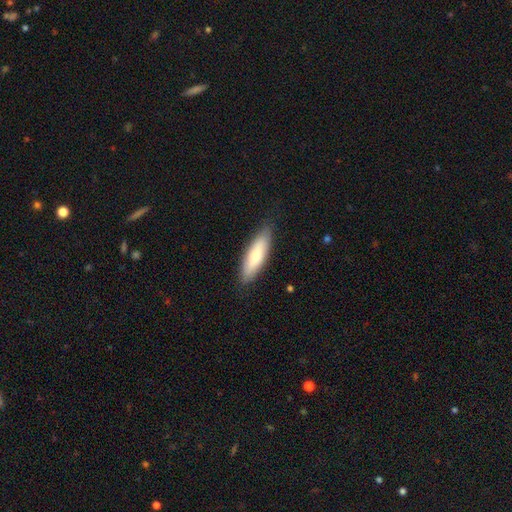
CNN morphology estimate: The model was most divided on "how rounded": cigar-shaped: 56%, in between: 42%, round: 1%. More confident: merging — none (85%); smooth or featured — smooth (79%).